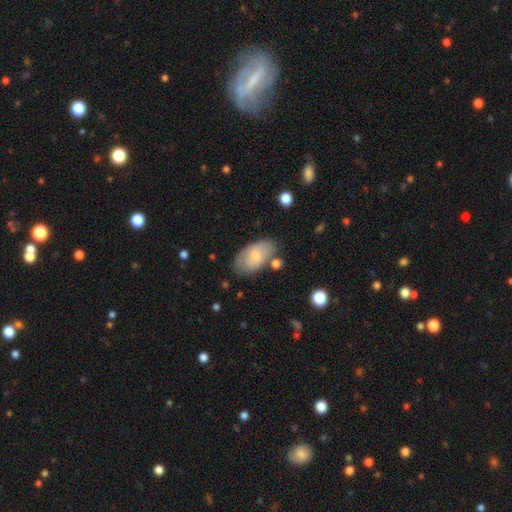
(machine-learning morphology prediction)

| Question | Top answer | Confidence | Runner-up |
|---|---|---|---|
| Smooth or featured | smooth | 70% | featured or disk (23%) |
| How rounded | in between | 94% | round (4%) |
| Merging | none | 65% | minor disturbance (22%) |